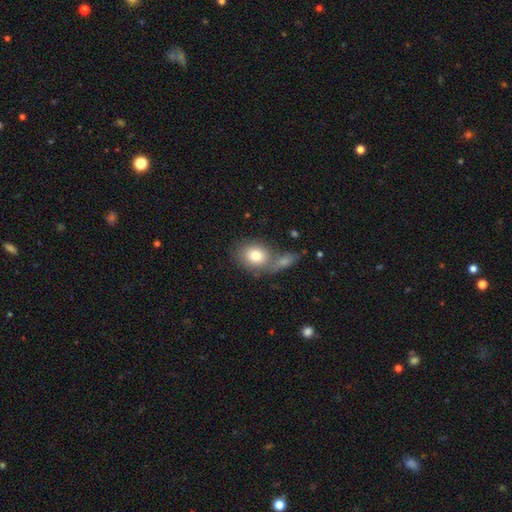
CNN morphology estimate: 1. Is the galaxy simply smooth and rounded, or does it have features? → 80% smooth, 12% featured or disk, 8% star or artifact.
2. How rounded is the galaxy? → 57% in between, 42% round, 1% cigar-shaped.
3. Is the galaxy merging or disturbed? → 46% none, 36% merger, 13% minor disturbance, 6% major disturbance.